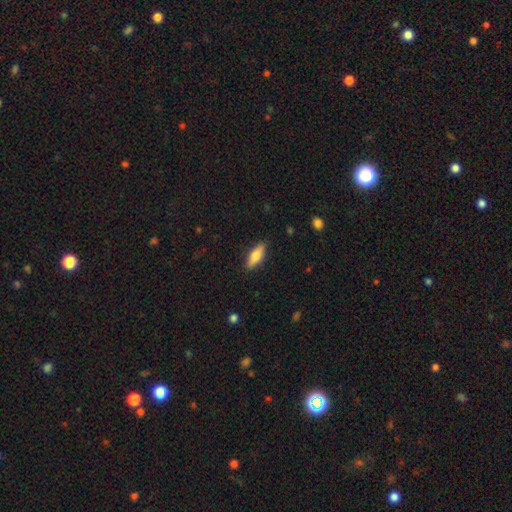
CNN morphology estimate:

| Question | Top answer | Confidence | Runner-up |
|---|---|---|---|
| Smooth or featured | smooth | 68% | featured or disk (26%) |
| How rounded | in between | 61% | cigar-shaped (37%) |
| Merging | none | 88% | minor disturbance (9%) |